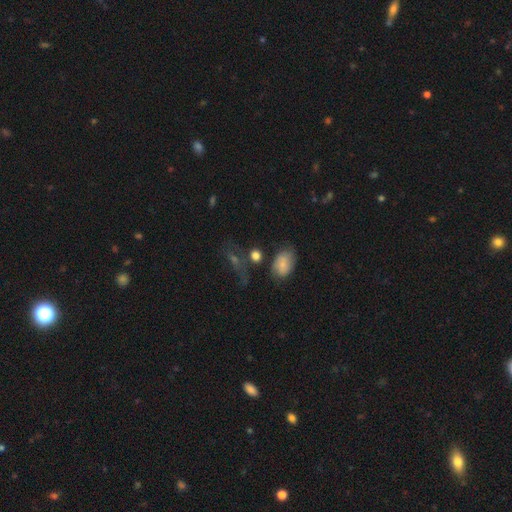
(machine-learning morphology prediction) Smooth or featured? smooth (65%)
How rounded? round (52%)
Merging? none (56%)